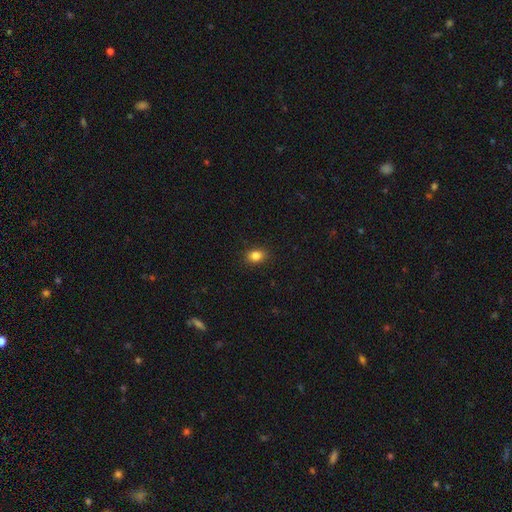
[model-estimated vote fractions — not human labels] This appears to be a smooth galaxy with no disk features (85%) that is in between round and cigar-shaped (64%). Merging: none (88%).